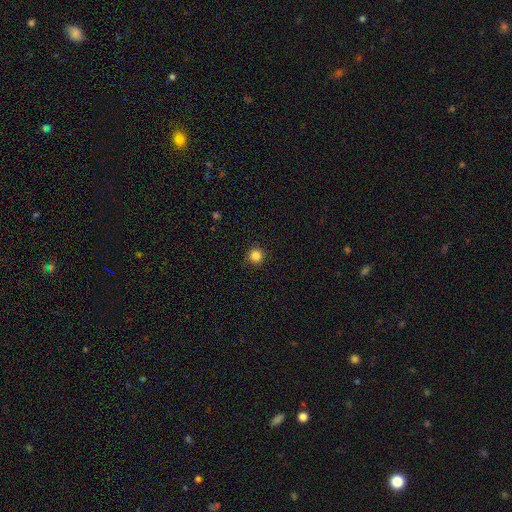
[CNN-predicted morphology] Smooth or featured? Predicted: smooth (p=0.84). How rounded? Predicted: round (p=0.94). Merging? Predicted: none (p=0.88).